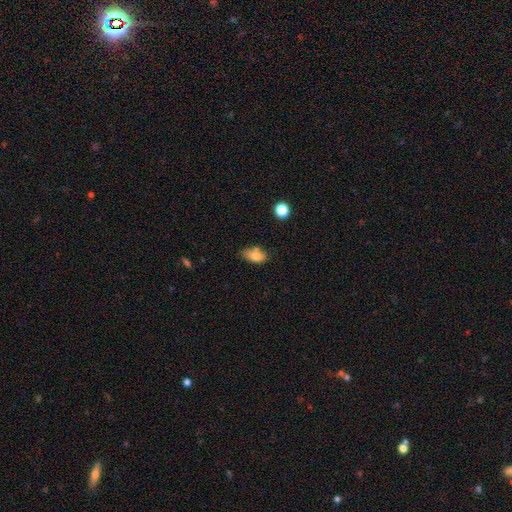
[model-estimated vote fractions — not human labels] The model was most divided on "merging": none: 55%, minor disturbance: 31%, merger: 8%, major disturbance: 6%. More confident: how rounded — in between (88%); smooth or featured — smooth (80%).